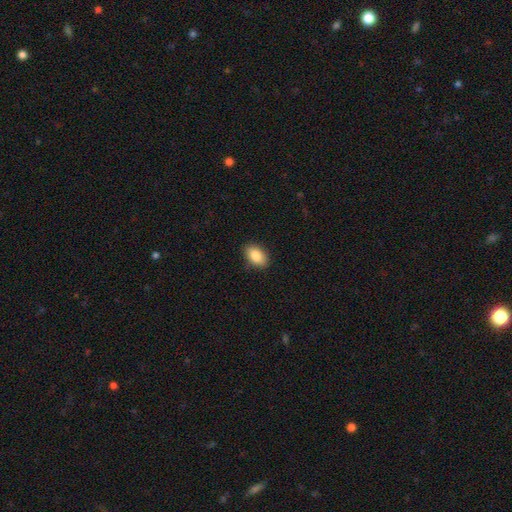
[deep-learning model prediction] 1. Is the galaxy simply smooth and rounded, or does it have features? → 87% smooth, 7% star or artifact, 6% featured or disk.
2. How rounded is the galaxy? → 91% in between, 7% round, 2% cigar-shaped.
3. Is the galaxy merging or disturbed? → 88% none, 9% minor disturbance, 2% major disturbance, 1% merger.